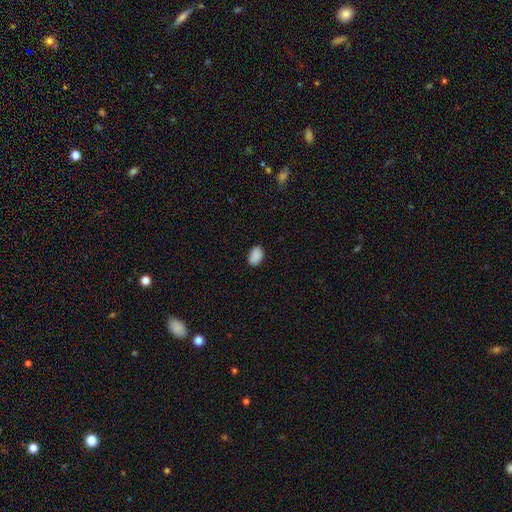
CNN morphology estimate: A smooth galaxy with no disk features (89%) that is in between round and cigar-shaped (85%).

Vote fractions:
- Smooth or featured? smooth: 89% / star or artifact: 8% / featured or disk: 3%
- How rounded? in between: 85% / round: 14% / cigar-shaped: 1%
- Merging? none: 86% / minor disturbance: 11% / major disturbance: 2% / merger: 1%